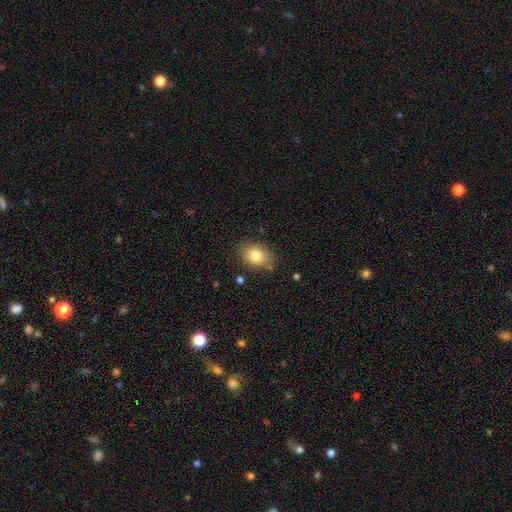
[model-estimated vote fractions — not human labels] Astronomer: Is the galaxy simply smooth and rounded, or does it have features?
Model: smooth — 82%.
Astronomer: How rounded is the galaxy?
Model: in between — 65%.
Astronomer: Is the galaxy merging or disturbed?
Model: none — 78%.